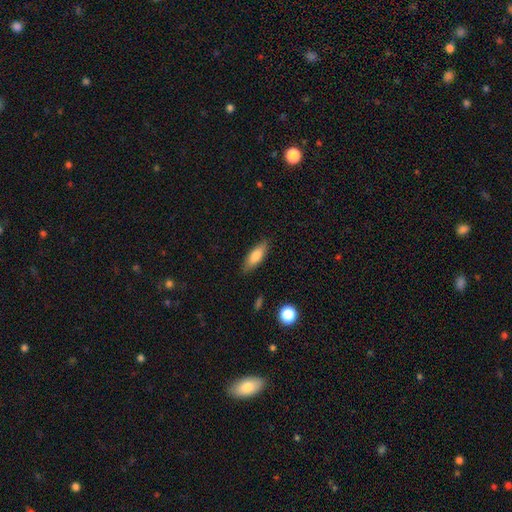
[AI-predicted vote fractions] A smooth galaxy with no disk features (78%) that is in between round and cigar-shaped (60%).

Vote fractions:
- Smooth or featured? smooth: 78% / featured or disk: 16% / star or artifact: 7%
- How rounded? in between: 60% / cigar-shaped: 37% / round: 2%
- Merging? none: 85% / minor disturbance: 11% / major disturbance: 2% / merger: 1%